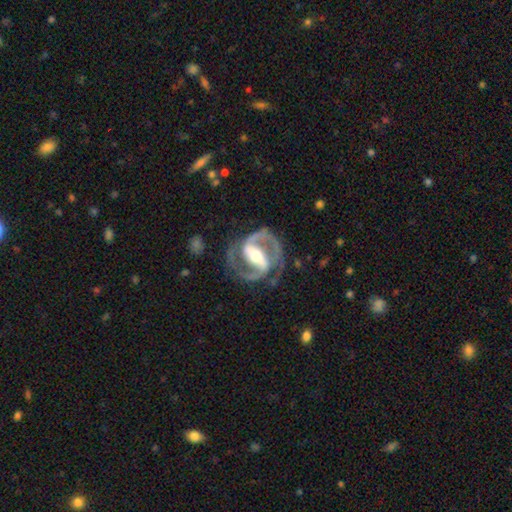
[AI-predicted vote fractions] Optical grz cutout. It shows a featured or disk galaxy (92%) with a strong bar (72%), 2 (93%) medium (58%) spiral arms (96%) and a moderate central bulge (66%). Merging: none (79%).